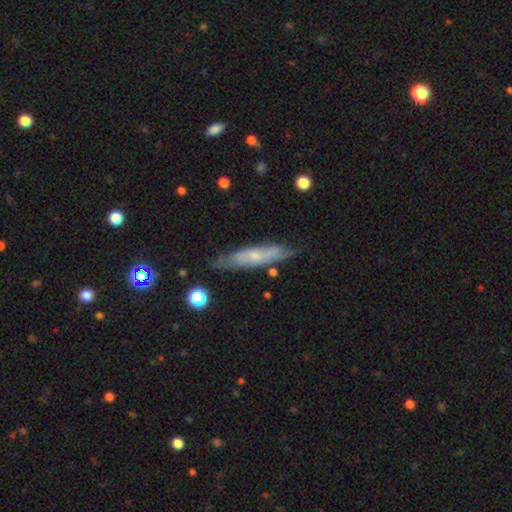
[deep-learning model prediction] This appears to be a featured or disk galaxy (54%) viewed edge-on (60%). Merging: none (74%).